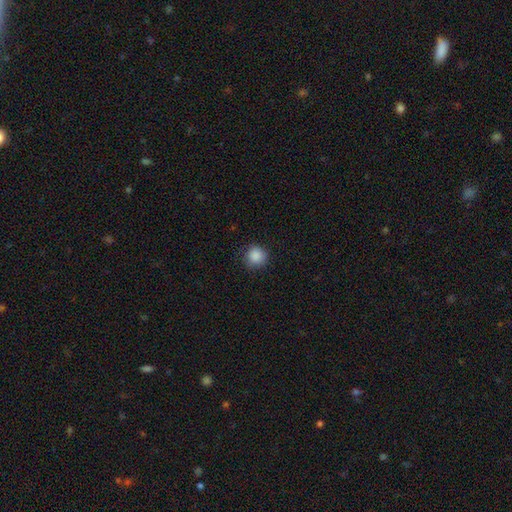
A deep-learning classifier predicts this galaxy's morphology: This is clearly a smooth galaxy (88%). How rounded: clearly round (93%). Merging: clearly none (86%).